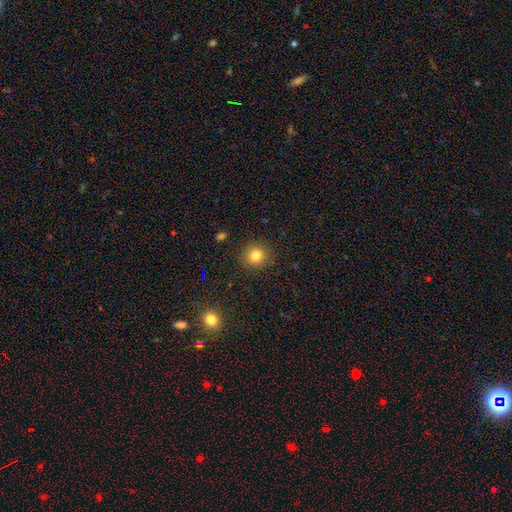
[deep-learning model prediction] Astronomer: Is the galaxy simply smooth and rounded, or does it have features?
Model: smooth — 80%.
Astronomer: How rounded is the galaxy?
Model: round — 91%.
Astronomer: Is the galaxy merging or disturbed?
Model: none — 90%.